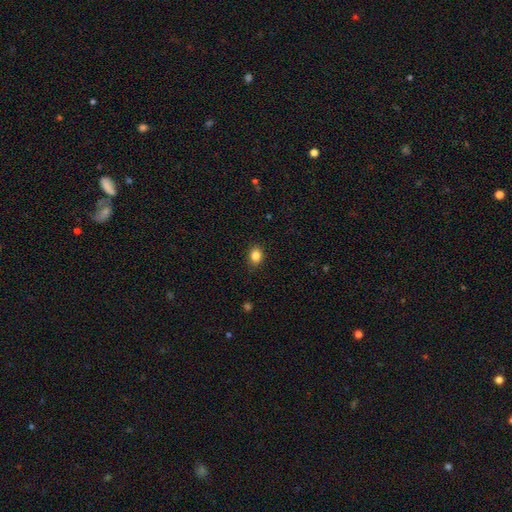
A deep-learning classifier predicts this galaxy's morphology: Smooth or featured: smooth — 85% (star or artifact — 10%)
How rounded: in between — 55% (round — 44%)
Merging: none — 89% (minor disturbance — 8%)